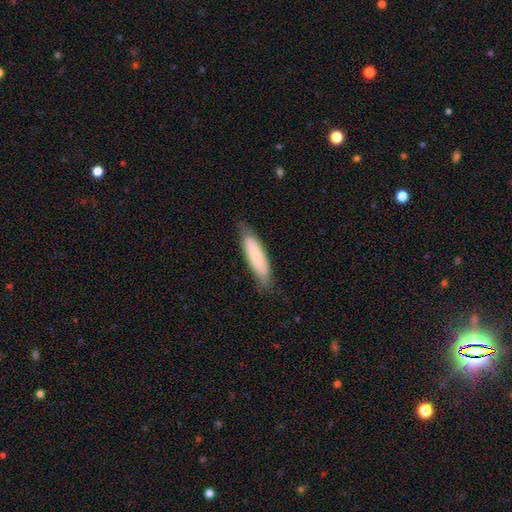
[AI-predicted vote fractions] This appears to be a smooth galaxy with no disk features (75%) that is cigar-shaped (67%). Merging: none (77%).